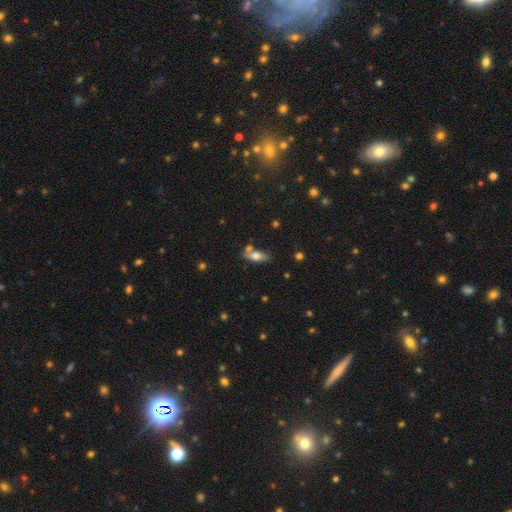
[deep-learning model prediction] Overall: smooth (67%). How rounded: in between (77%). Merging: none (59%; merger 20%).